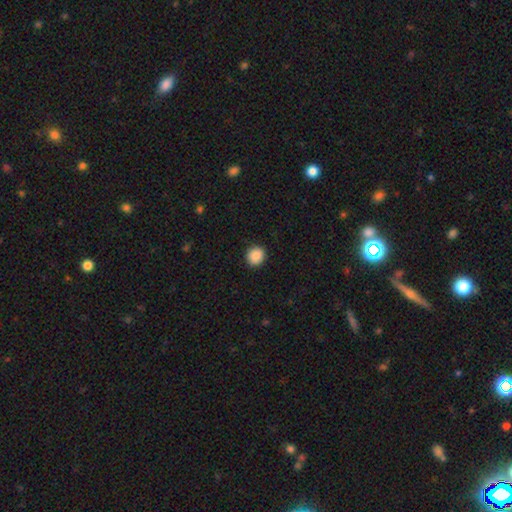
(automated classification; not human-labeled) Q: Smooth or featured?
A: smooth (89%); runner-up: star or artifact (8%)
Q: How rounded?
A: round (86%); runner-up: in between (13%)
Q: Merging?
A: none (91%); runner-up: minor disturbance (6%)